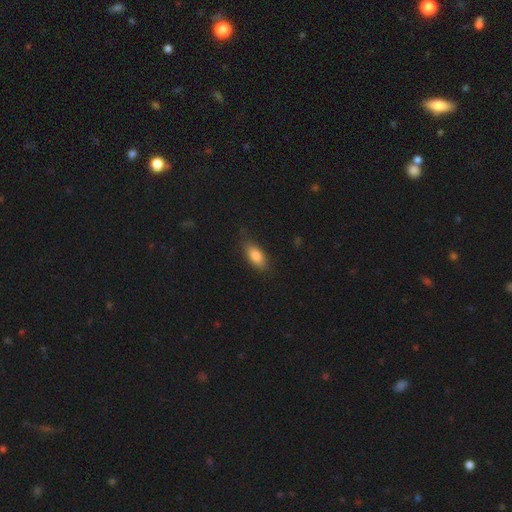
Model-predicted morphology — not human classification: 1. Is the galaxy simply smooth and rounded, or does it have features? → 82% smooth, 11% featured or disk, 7% star or artifact.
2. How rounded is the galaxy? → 83% in between, 14% cigar-shaped, 3% round.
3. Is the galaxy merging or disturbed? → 76% none, 19% minor disturbance, 4% major disturbance, 1% merger.